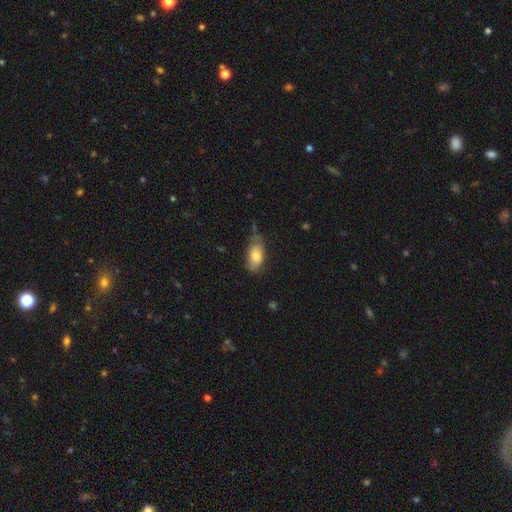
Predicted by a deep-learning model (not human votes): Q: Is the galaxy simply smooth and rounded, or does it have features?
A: smooth — 78%.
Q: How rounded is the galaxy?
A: in between — 91%.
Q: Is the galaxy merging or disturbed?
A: none — 52%.